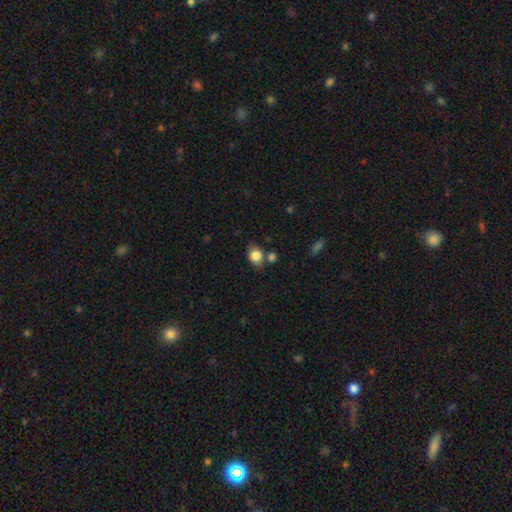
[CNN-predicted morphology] type=smooth (82%); roundness=in between (50%); merging=none (62%).